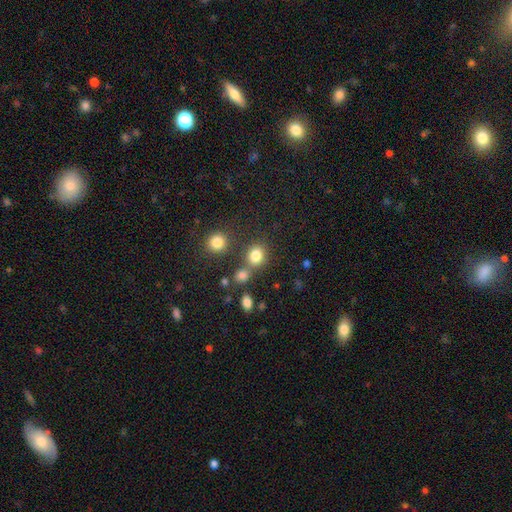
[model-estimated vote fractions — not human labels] Smooth or featured? Predicted: smooth (p=0.81). How rounded? Predicted: round (p=0.72). Merging? Predicted: none (p=0.65).